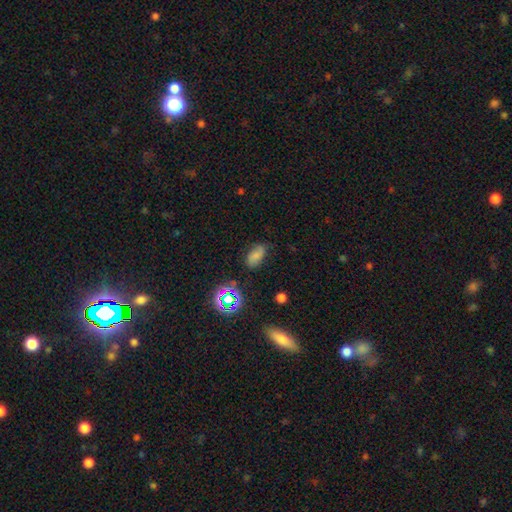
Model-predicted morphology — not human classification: Smooth or featured? Predicted: smooth (p=0.61). How rounded? Predicted: in between (p=0.90). Merging? Predicted: none (p=0.68).